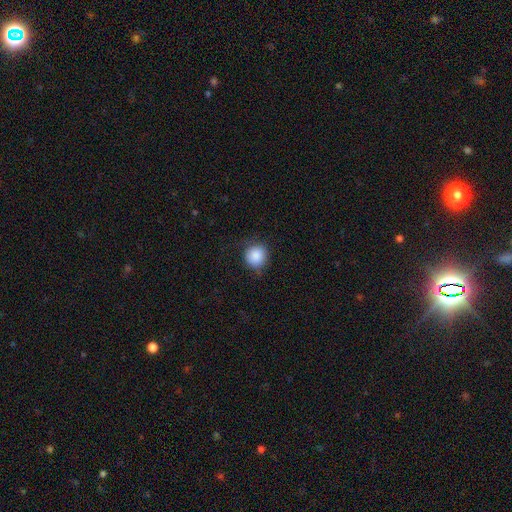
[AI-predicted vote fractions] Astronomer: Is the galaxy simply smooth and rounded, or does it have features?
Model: smooth — 86%.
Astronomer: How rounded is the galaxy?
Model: round — 91%.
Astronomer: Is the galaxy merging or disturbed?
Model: none — 77%.